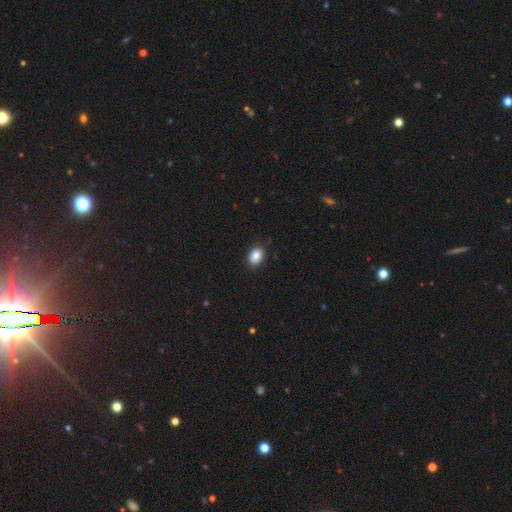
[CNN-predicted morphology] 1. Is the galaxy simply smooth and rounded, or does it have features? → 87% smooth, 9% star or artifact, 4% featured or disk.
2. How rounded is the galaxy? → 68% in between, 31% round, 1% cigar-shaped.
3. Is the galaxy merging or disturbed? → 87% none, 10% minor disturbance, 2% major disturbance, 1% merger.